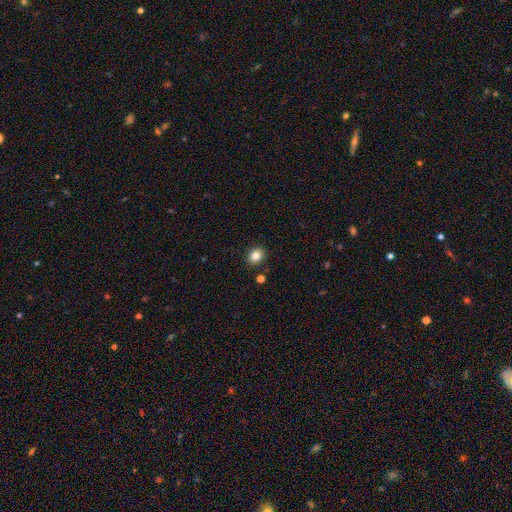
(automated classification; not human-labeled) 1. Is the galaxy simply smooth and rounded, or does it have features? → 83% smooth, 11% star or artifact, 6% featured or disk.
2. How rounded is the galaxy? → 61% round, 38% in between, 1% cigar-shaped.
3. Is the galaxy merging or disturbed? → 88% none, 8% minor disturbance, 2% merger, 2% major disturbance.